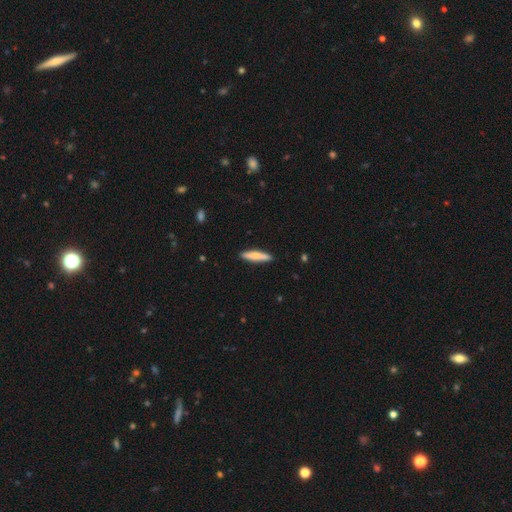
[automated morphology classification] smooth-or-featured: smooth: 67% | featured or disk: 28% | star or artifact: 5%
  how-rounded: cigar-shaped: 82% | in between: 16% | round: 2%
  merging: none: 89% | minor disturbance: 8% | major disturbance: 1% | merger: 1%